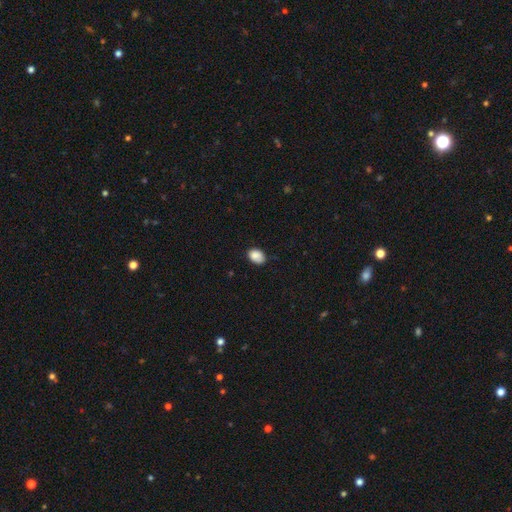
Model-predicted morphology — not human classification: Smooth or featured?
  - smooth: 87% *
  - star or artifact: 8%
  - featured or disk: 5%
How rounded?
  - in between: 78% *
  - round: 21%
  - cigar-shaped: 1%
Merging?
  - none: 72% *
  - minor disturbance: 22%
  - major disturbance: 4%
  - merger: 2%